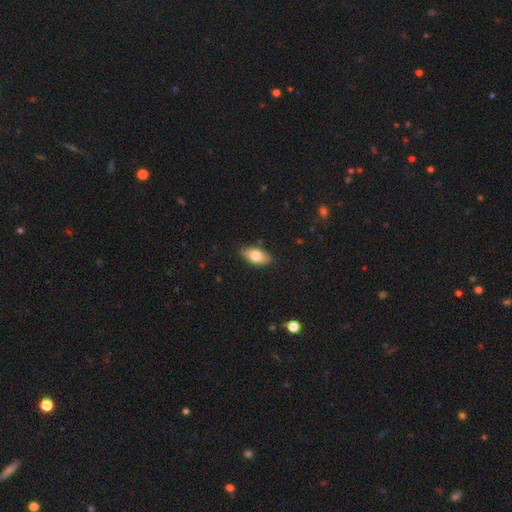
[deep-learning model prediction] Smooth or featured?
  - smooth: 74% *
  - featured or disk: 20%
  - star or artifact: 6%
How rounded?
  - in between: 89% *
  - cigar-shaped: 7%
  - round: 4%
Merging?
  - none: 85% *
  - minor disturbance: 12%
  - major disturbance: 2%
  - merger: 1%